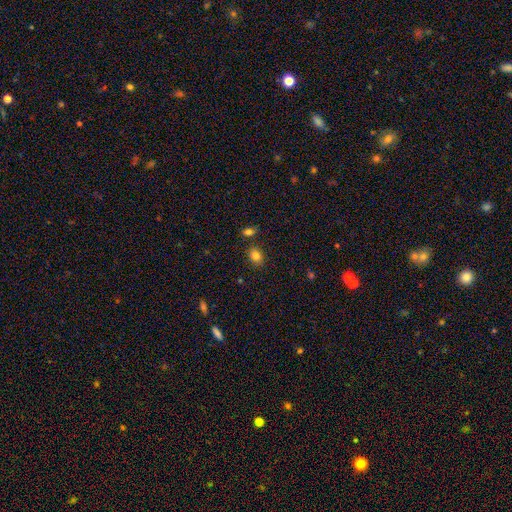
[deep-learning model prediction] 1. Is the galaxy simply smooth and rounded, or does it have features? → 82% smooth, 11% star or artifact, 7% featured or disk.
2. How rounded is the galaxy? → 58% in between, 41% round, 1% cigar-shaped.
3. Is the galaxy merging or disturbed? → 80% none, 11% minor disturbance, 7% merger, 3% major disturbance.